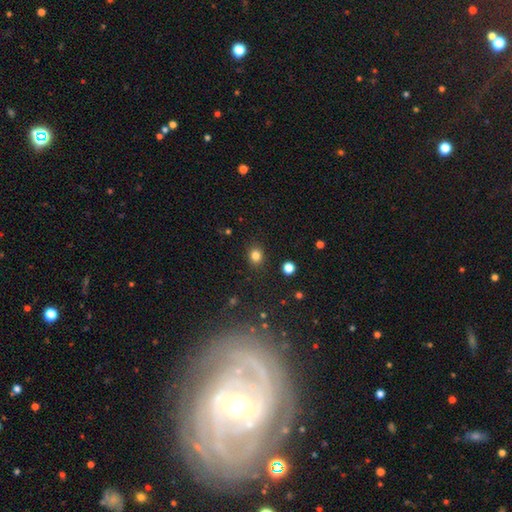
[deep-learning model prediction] Q: Smooth or featured?
A: smooth (82%); runner-up: star or artifact (13%)
Q: How rounded?
A: round (71%); runner-up: in between (28%)
Q: Merging?
A: none (88%); runner-up: minor disturbance (8%)